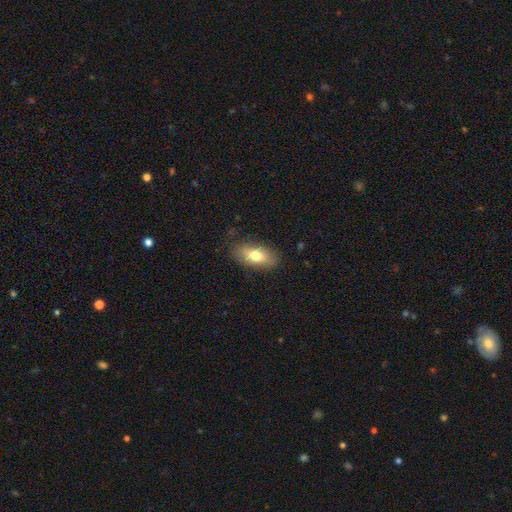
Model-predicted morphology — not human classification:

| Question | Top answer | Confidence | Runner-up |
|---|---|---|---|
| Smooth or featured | smooth | 74% | featured or disk (18%) |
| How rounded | in between | 85% | cigar-shaped (10%) |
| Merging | none | 82% | minor disturbance (13%) |